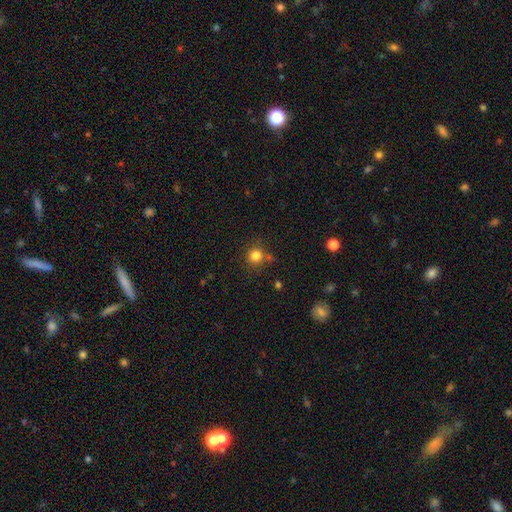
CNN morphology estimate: Smooth or featured? Predicted: smooth (p=0.82). How rounded? Predicted: round (p=0.92). Merging? Predicted: none (p=0.78).